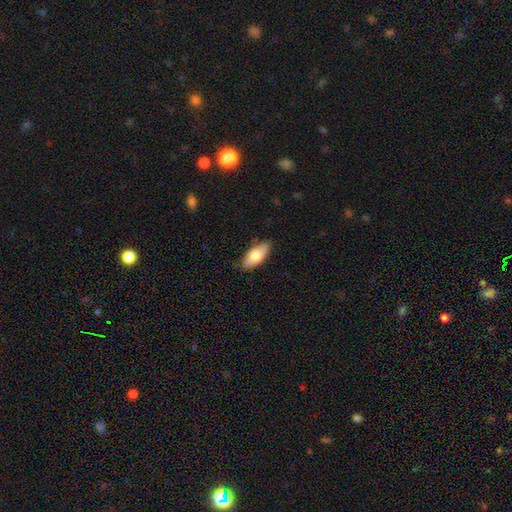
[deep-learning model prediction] Overall: smooth (72%). How rounded: in between (86%). Merging: none (85%).